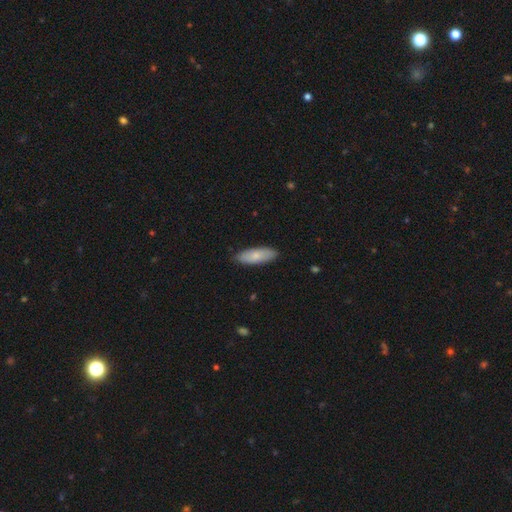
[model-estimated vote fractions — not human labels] This appears to be a smooth galaxy with no disk features (76%) that is in between round and cigar-shaped (67%). Merging: none (87%).